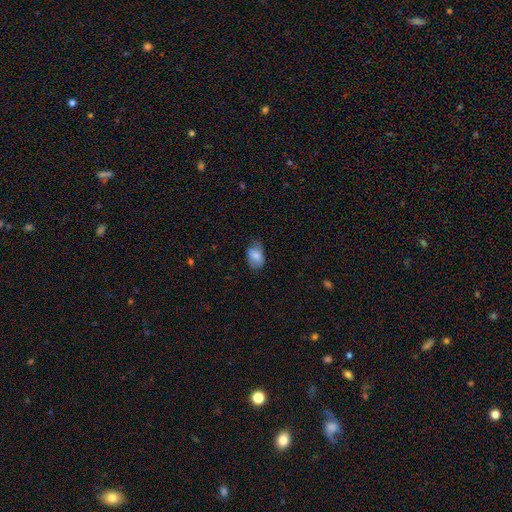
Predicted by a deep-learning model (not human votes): The model was most divided on "merging": none: 52%, minor disturbance: 34%, major disturbance: 13%, merger: 1%. More confident: how rounded — in between (85%); smooth or featured — smooth (74%).